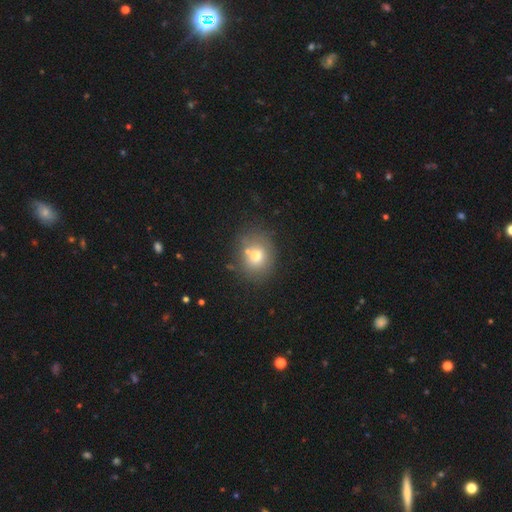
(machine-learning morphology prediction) A smooth galaxy with no disk features (73%) that is round (66%). Merging: none (69%).